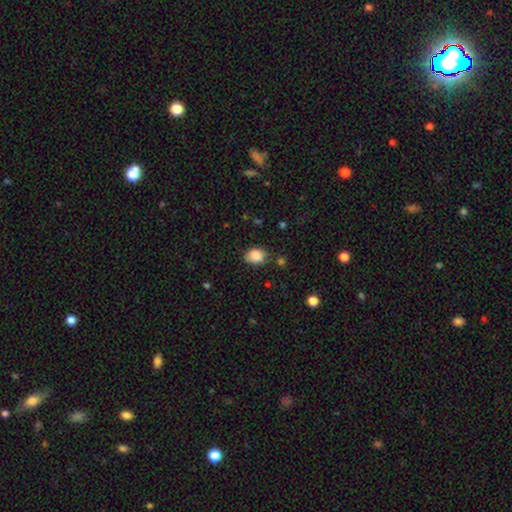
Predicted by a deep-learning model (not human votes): This is clearly a smooth galaxy (86%). How rounded: likely in between (61%). Merging: likely none (70%).